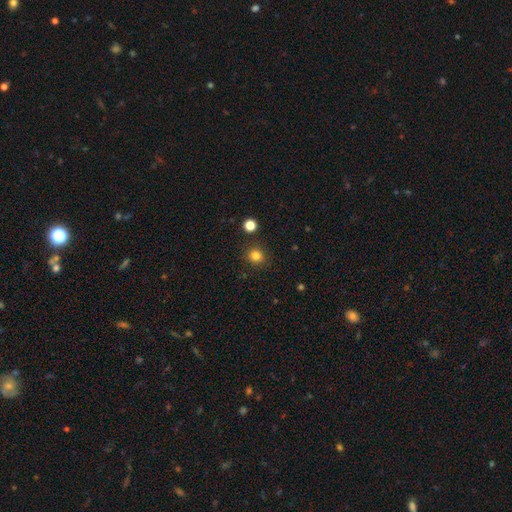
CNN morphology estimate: Smooth or featured: smooth — 82% (star or artifact — 13%)
How rounded: round — 92% (in between — 7%)
Merging: none — 88% (minor disturbance — 7%)